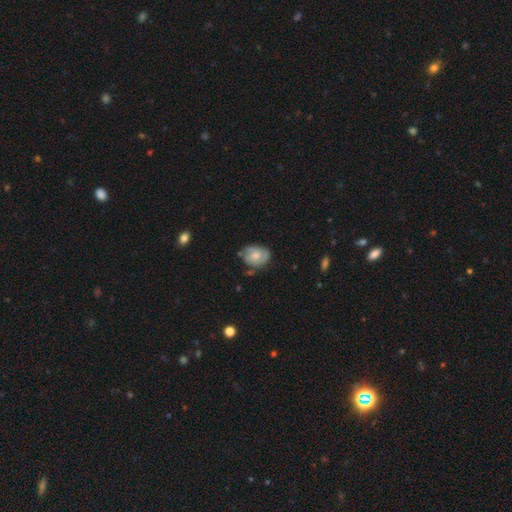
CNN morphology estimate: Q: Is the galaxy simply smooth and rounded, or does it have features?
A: featured or disk — 52%.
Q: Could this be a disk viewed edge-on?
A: no — 97%.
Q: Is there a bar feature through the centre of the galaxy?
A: no — 71%.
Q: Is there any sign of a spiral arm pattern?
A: yes — 75%.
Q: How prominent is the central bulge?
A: moderate — 48%.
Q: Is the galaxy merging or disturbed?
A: none — 61%.